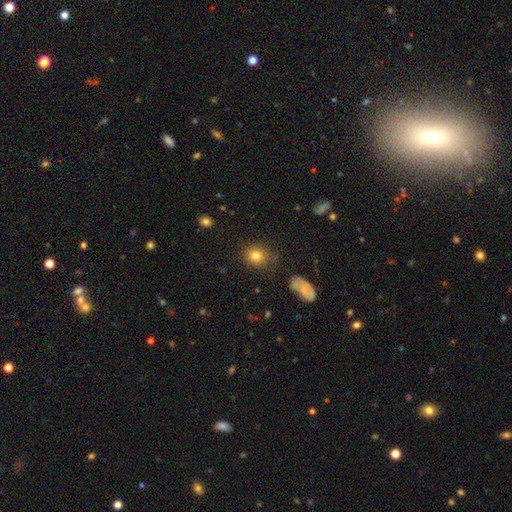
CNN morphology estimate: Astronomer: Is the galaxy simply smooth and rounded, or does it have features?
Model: smooth — 81%.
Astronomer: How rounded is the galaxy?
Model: round — 75%.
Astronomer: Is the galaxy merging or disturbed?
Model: none — 79%.